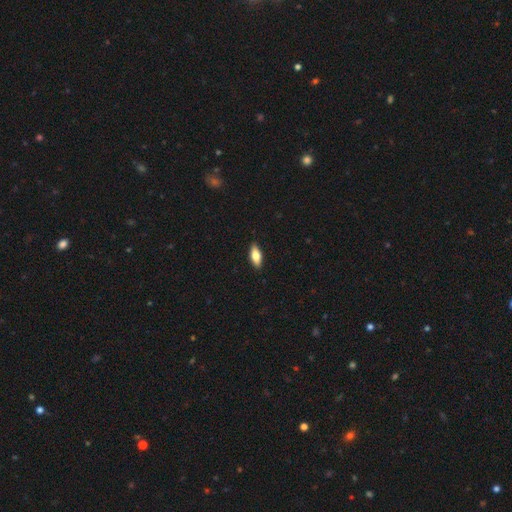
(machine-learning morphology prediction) This is likely a smooth galaxy (71%). How rounded: likely in between (76%). Merging: clearly none (90%).